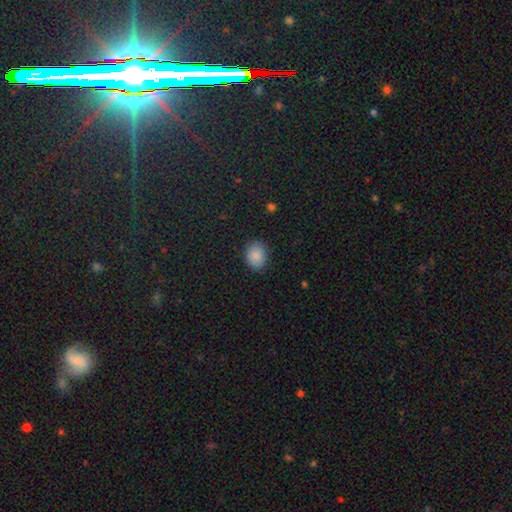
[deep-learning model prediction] smooth_or_featured: smooth (p=0.87) [alt: star or artifact p=0.09]
how_rounded: round (p=0.53) [alt: in between p=0.46]
merging: none (p=0.84) [alt: minor disturbance p=0.12]